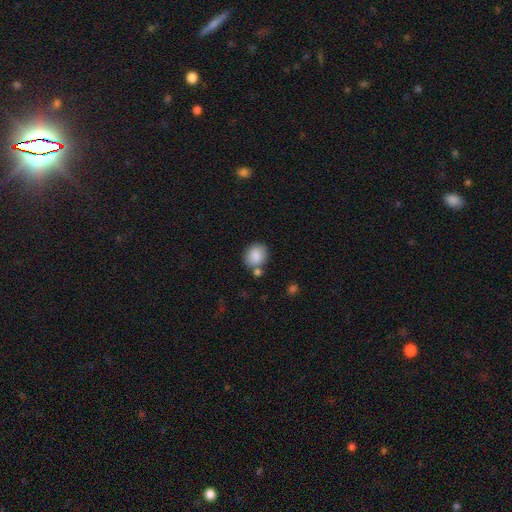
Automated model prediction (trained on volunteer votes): smooth 87%, star or artifact 7%, featured or disk 6%. Down the decision tree: how rounded — round (61%); merging — none (68%).